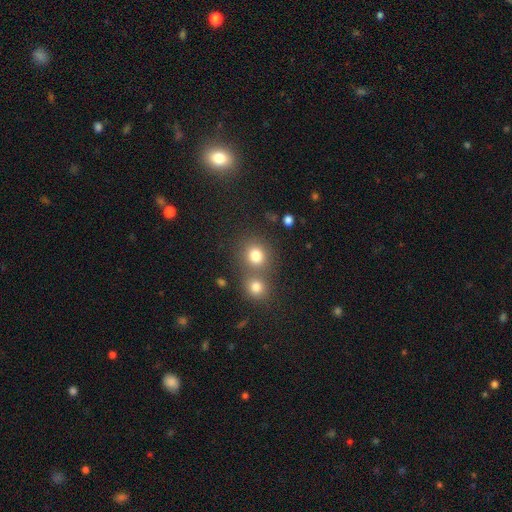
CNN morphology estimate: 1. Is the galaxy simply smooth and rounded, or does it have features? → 80% smooth, 13% star or artifact, 7% featured or disk.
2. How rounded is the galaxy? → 84% round, 15% in between, 1% cigar-shaped.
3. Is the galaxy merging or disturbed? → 53% none, 36% merger, 7% minor disturbance, 3% major disturbance.